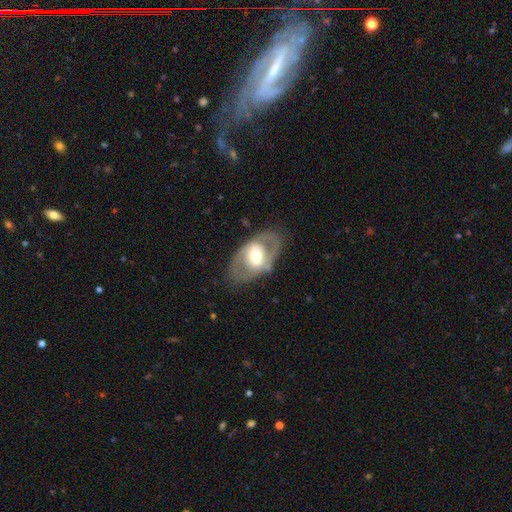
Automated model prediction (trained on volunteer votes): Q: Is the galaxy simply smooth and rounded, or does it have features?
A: featured or disk — 66%.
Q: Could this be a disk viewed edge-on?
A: no — 91%.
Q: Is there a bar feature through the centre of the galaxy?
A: no — 48%.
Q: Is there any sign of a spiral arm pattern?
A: no — 60%.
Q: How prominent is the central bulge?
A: moderate — 63%.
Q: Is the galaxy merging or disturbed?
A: none — 74%.